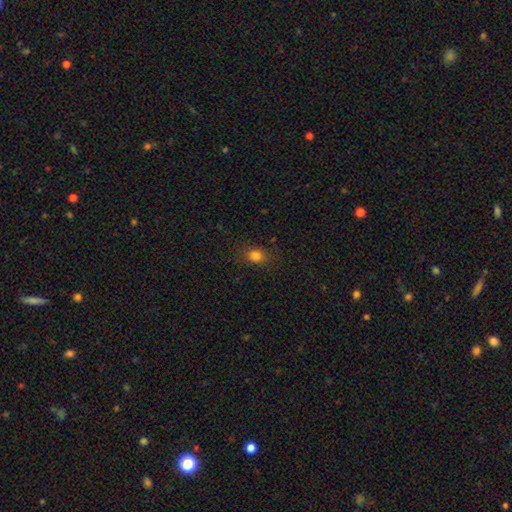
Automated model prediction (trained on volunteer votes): This is clearly a smooth galaxy (80%). How rounded: possibly round (53%). Merging: clearly none (84%).